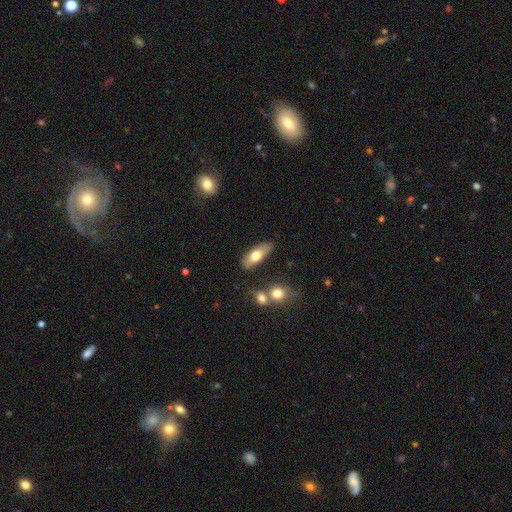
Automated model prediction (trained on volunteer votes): Smooth or featured: smooth — 66% (featured or disk — 27%)
How rounded: in between — 69% (cigar-shaped — 28%)
Merging: none — 73% (minor disturbance — 16%)